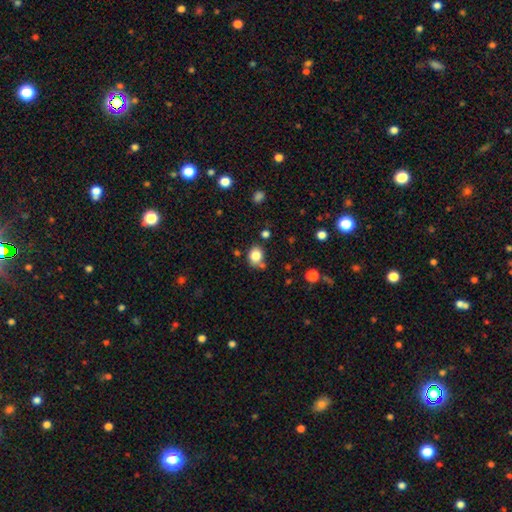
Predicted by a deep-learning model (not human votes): This appears to be a smooth galaxy with no disk features (83%) that is round (60%). Merging: none (69%).